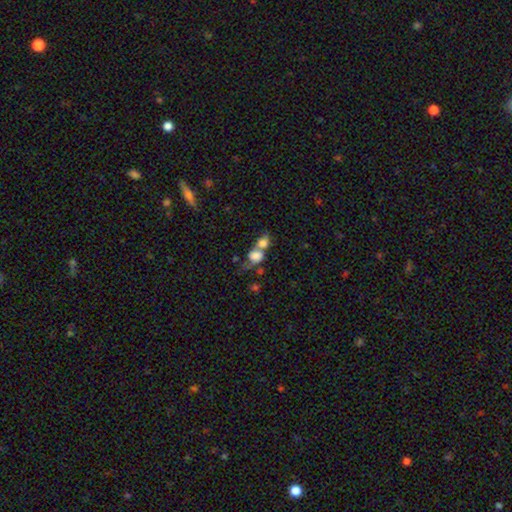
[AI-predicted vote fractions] Smooth or featured? smooth (71%)
How rounded? in between (55%)
Merging? merger (73%)